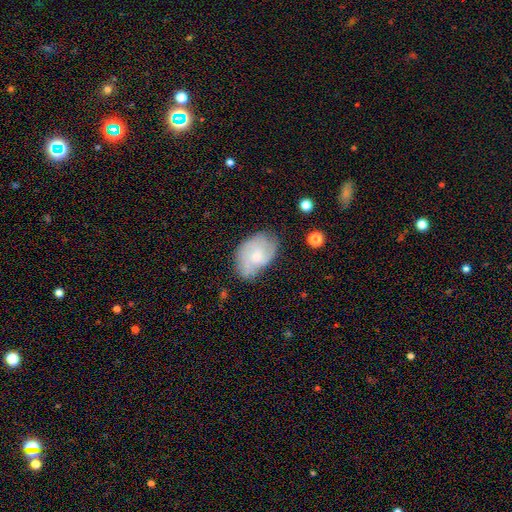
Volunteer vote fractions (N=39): Smooth or featured?
  - smooth: 59% *
  - featured or disk: 36%
  - star or artifact: 5%
How rounded?
  - in between: 83% *
  - round: 13%
  - cigar-shaped: 4%
Merging?
  - none: 43% *
  - minor disturbance: 35%
  - major disturbance: 19%
  - merger: 3%